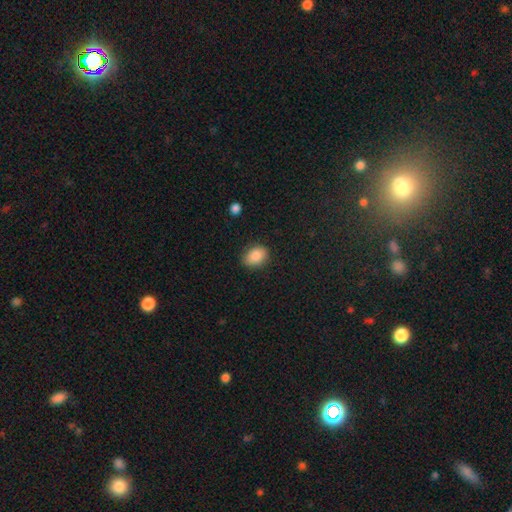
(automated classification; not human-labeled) smooth-or-featured: smooth: 87% | star or artifact: 8% | featured or disk: 5%
  how-rounded: in between: 70% | round: 28% | cigar-shaped: 1%
  merging: none: 82% | minor disturbance: 14% | major disturbance: 3% | merger: 1%